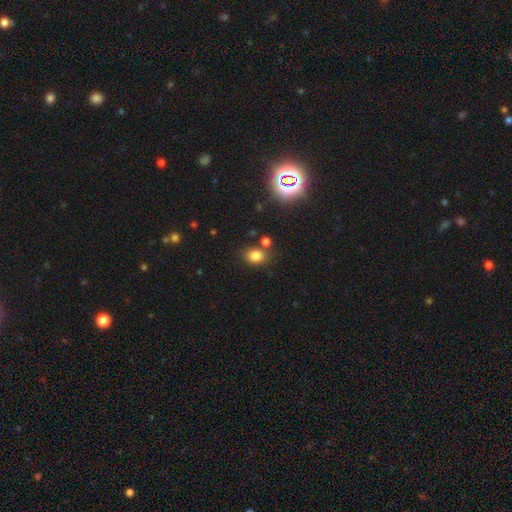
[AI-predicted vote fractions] smooth_or_featured: smooth (p=0.77) [alt: star or artifact p=0.17]
how_rounded: in between (p=0.55) [alt: round p=0.44]
merging: none (p=0.74) [alt: minor disturbance p=0.12]